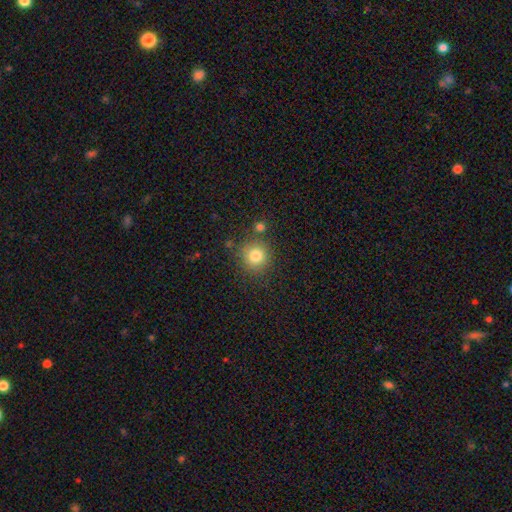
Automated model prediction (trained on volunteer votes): A smooth galaxy with no disk features (81%) that is round (92%). Merging: none (81%).